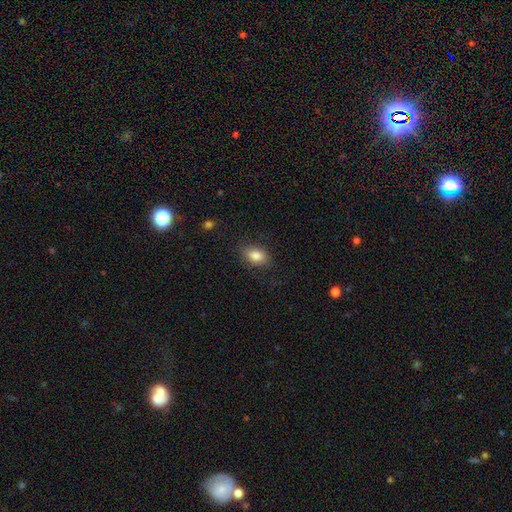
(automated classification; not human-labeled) Smooth or featured?
  - smooth: 83% *
  - featured or disk: 8%
  - star or artifact: 8%
How rounded?
  - in between: 85% *
  - round: 14%
  - cigar-shaped: 2%
Merging?
  - none: 79% *
  - minor disturbance: 15%
  - major disturbance: 5%
  - merger: 1%